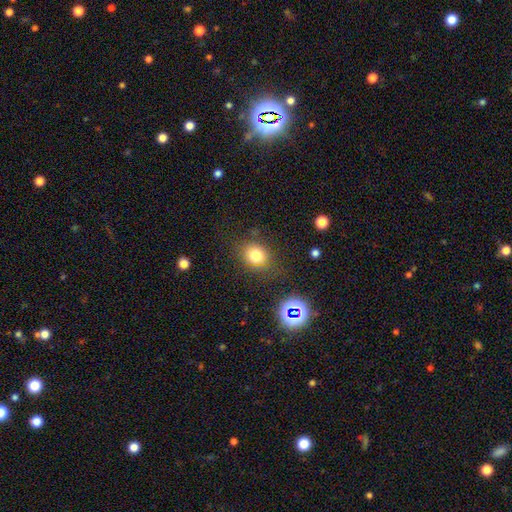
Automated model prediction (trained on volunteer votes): Overall: smooth (76%). How rounded: round (73%). Merging: none (79%).